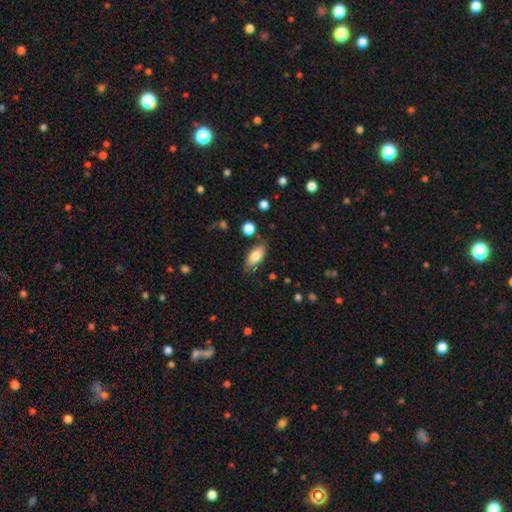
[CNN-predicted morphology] smooth-or-featured: smooth: 79% | featured or disk: 14% | star or artifact: 7%
  how-rounded: in between: 89% | cigar-shaped: 8% | round: 3%
  merging: none: 79% | minor disturbance: 15% | major disturbance: 3% | merger: 3%